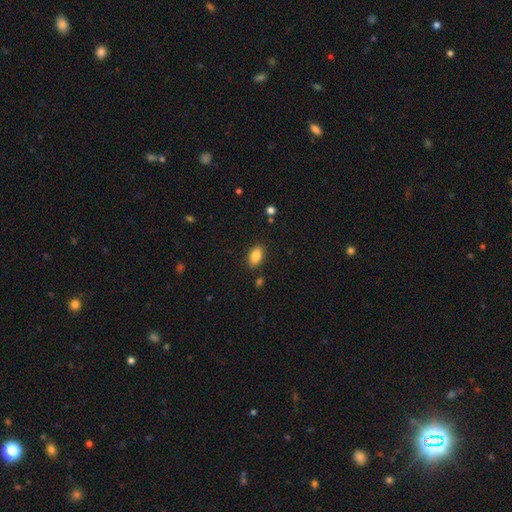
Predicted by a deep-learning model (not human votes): Smooth or featured? smooth (86%)
How rounded? in between (90%)
Merging? none (86%)